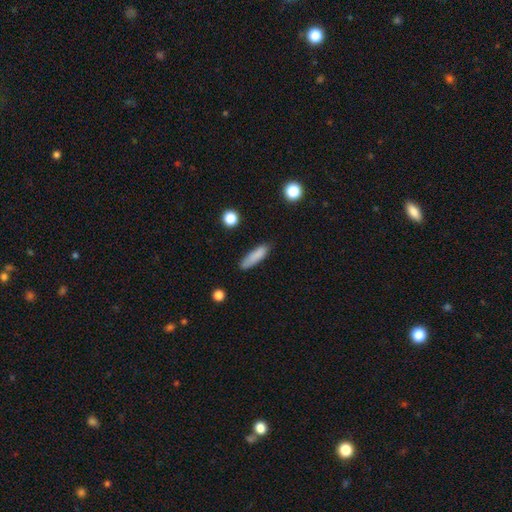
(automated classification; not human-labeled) The model was most divided on "how rounded": cigar-shaped: 72%, in between: 26%, round: 2%. More confident: smooth or featured — smooth (84%); merging — none (80%).